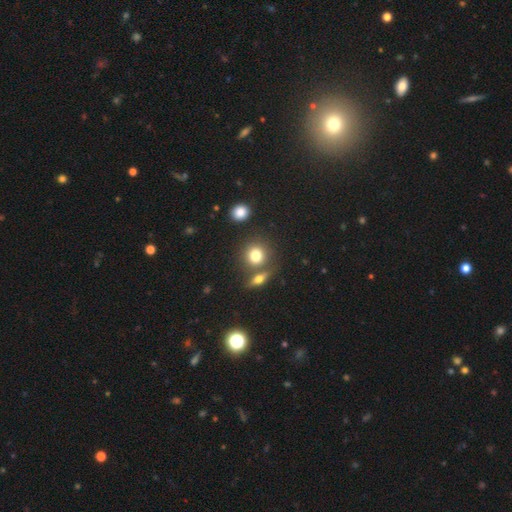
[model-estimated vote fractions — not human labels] Overall: smooth (78%). How rounded: round (85%). Merging: none (66%).